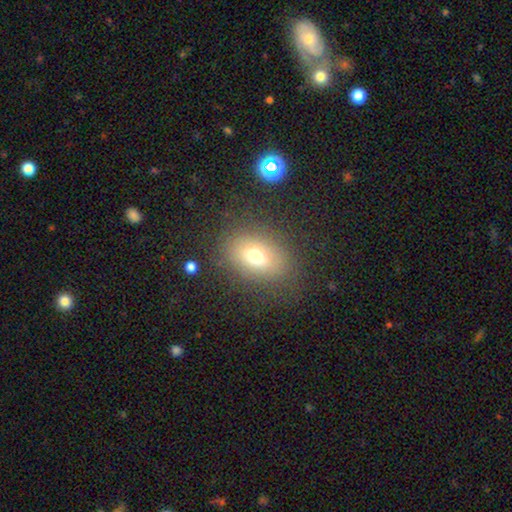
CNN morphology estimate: Overall: smooth (68%). How rounded: in between (72%). Merging: none (79%).